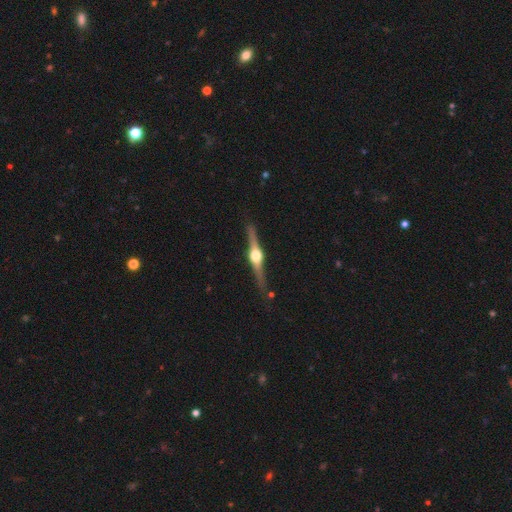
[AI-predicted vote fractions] Q: Smooth or featured?
A: featured or disk (86%); runner-up: smooth (9%)
Q: Edge-on disk?
A: yes (98%); runner-up: no (2%)
Q: Edge-on bulge?
A: rounded (96%); runner-up: boxy (3%)
Q: Merging?
A: none (88%); runner-up: minor disturbance (9%)